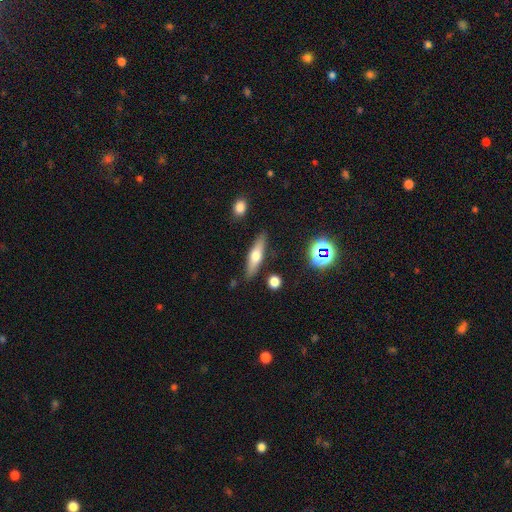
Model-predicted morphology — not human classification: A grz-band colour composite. It shows a smooth galaxy with no disk features (48%). Merging: none (84%).